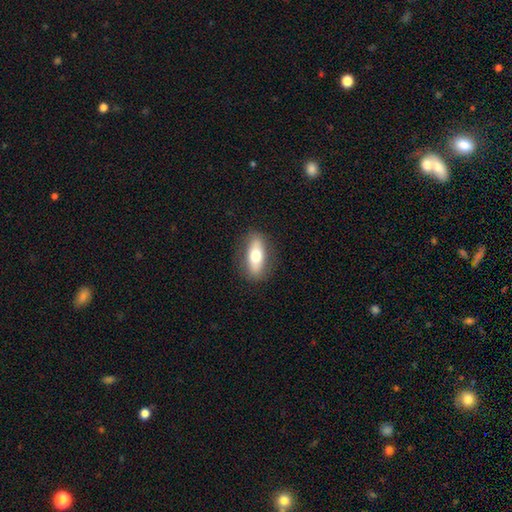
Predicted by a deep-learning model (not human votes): Smooth or featured? Predicted: smooth (p=0.63). How rounded? Predicted: in between (p=0.72). Merging? Predicted: none (p=0.86).